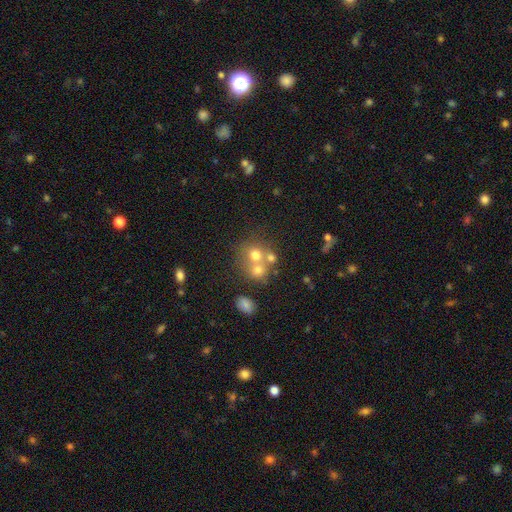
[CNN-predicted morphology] smooth 64%, featured or disk 20%, star or artifact 15%. Down the decision tree: how rounded — round (79%); merging — merger (50%).